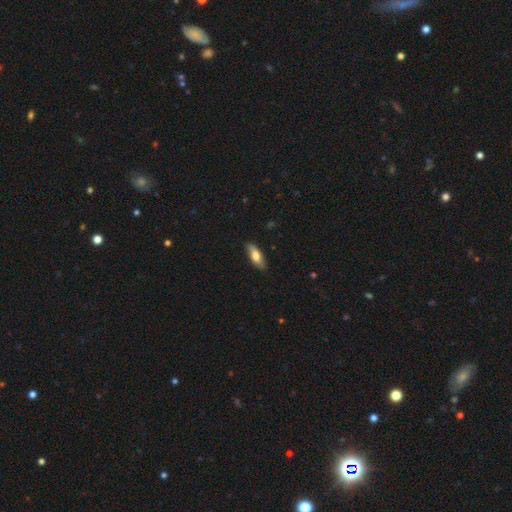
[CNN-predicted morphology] Overall: smooth (66%; featured or disk 28%). How rounded: in between (65%; cigar-shaped 32%). Merging: none (82%).